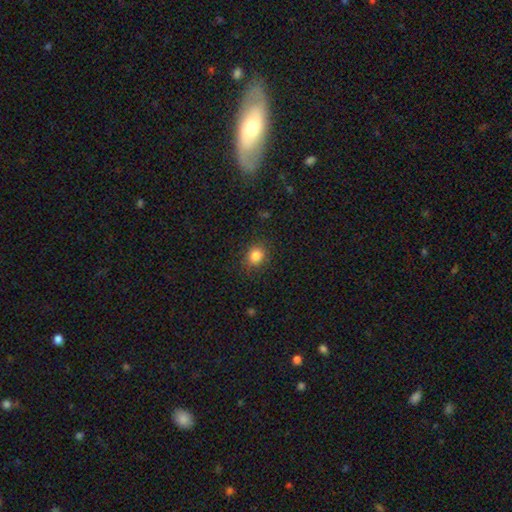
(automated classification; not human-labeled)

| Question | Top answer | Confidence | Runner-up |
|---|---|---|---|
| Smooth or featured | smooth | 83% | star or artifact (11%) |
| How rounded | round | 71% | in between (28%) |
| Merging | none | 87% | minor disturbance (9%) |